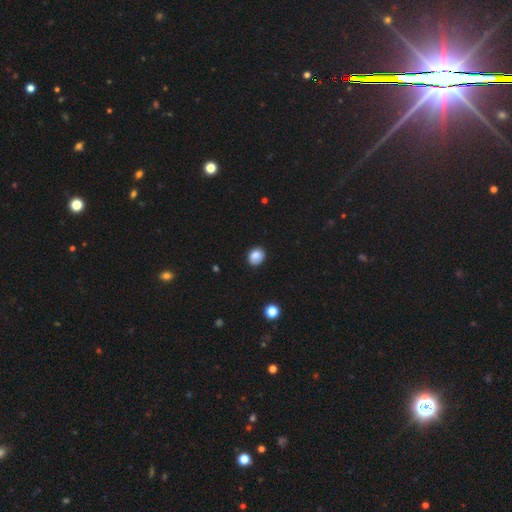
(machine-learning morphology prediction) This appears to be a smooth galaxy with no disk features (84%) that is round (69%). Merging: none (83%).